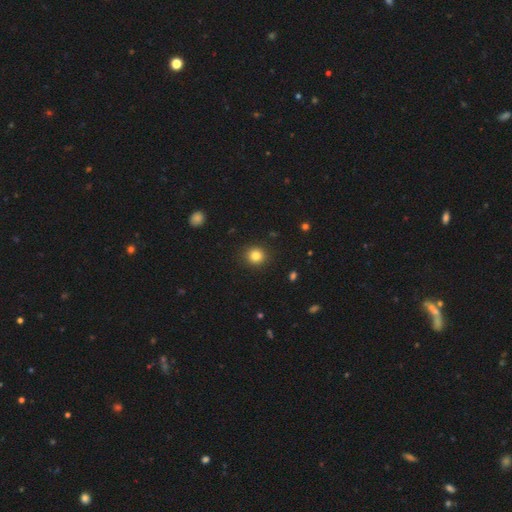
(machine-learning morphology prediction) smooth-or-featured: smooth: 84% | star or artifact: 11% | featured or disk: 5%
  how-rounded: round: 90% | in between: 9% | cigar-shaped: 1%
  merging: none: 91% | minor disturbance: 6% | major disturbance: 2% | merger: 1%